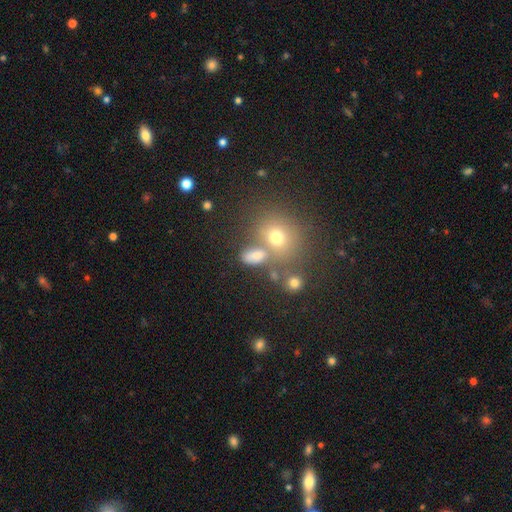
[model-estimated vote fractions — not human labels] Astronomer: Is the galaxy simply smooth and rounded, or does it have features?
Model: smooth — 71%.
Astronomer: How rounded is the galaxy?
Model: in between — 65%.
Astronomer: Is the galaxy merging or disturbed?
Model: none — 57%.